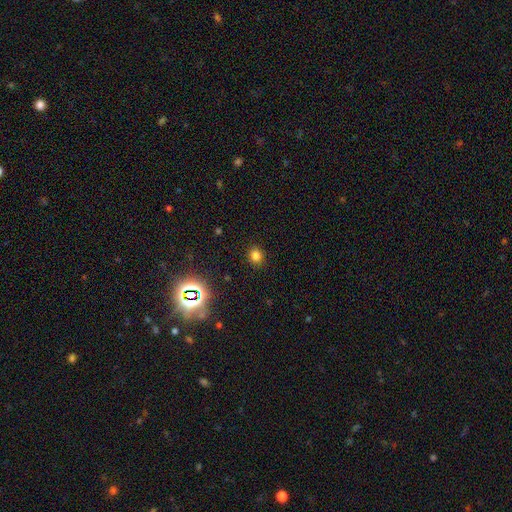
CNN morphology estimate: smooth 76%, star or artifact 18%, featured or disk 5%. Down the decision tree: how rounded — round (73%); merging — none (90%).